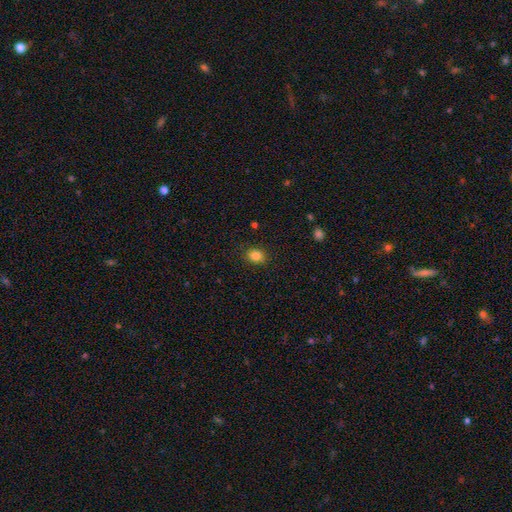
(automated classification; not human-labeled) This appears to be a smooth galaxy with no disk features (84%) that is in between round and cigar-shaped (51%). Merging: none (88%).